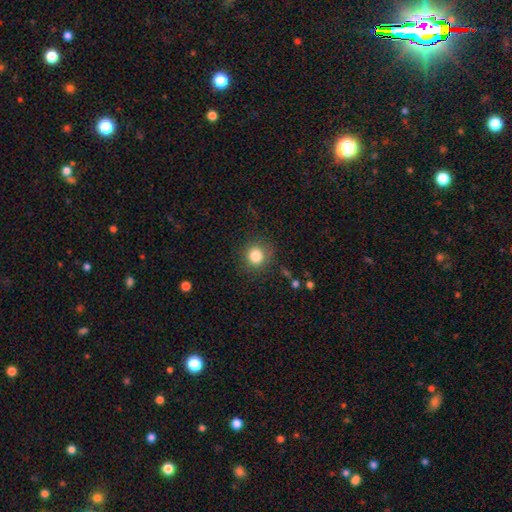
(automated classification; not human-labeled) A smooth galaxy with no disk features (83%) that is round (90%).

Vote fractions:
- Smooth or featured? smooth: 83% / star or artifact: 11% / featured or disk: 6%
- How rounded? round: 90% / in between: 9% / cigar-shaped: 1%
- Merging? none: 84% / minor disturbance: 10% / major disturbance: 4% / merger: 2%